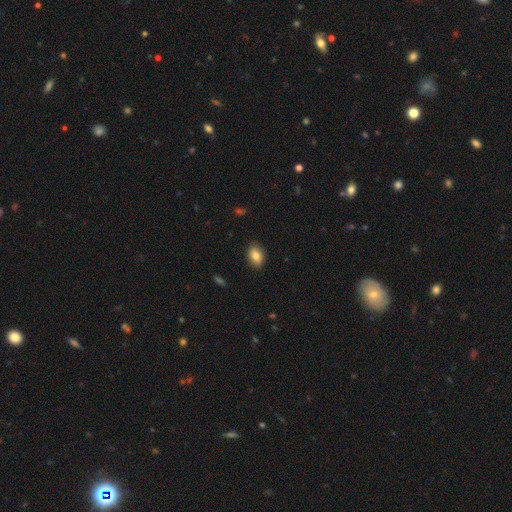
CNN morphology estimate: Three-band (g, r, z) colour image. It shows a smooth galaxy with no disk features (84%) that is in between round and cigar-shaped (84%). Merging: none (88%).